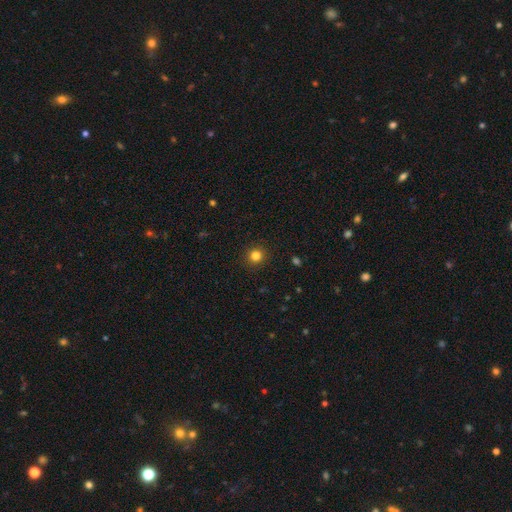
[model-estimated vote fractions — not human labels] Morphology: type=smooth (82%); roundness=round (93%); merging=none (91%).